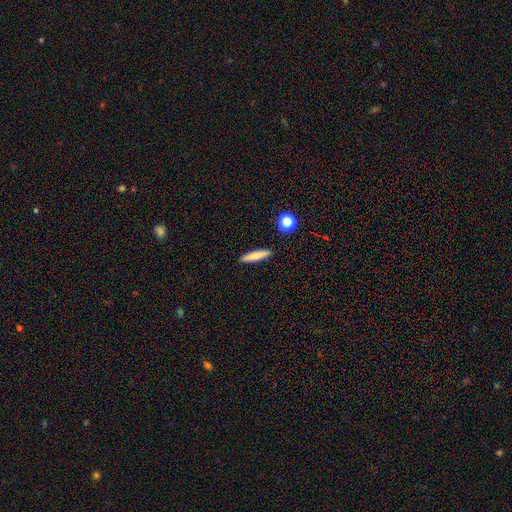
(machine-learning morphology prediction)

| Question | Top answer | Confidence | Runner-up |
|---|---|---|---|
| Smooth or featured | smooth | 75% | featured or disk (17%) |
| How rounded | cigar-shaped | 84% | in between (14%) |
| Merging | none | 90% | minor disturbance (7%) |